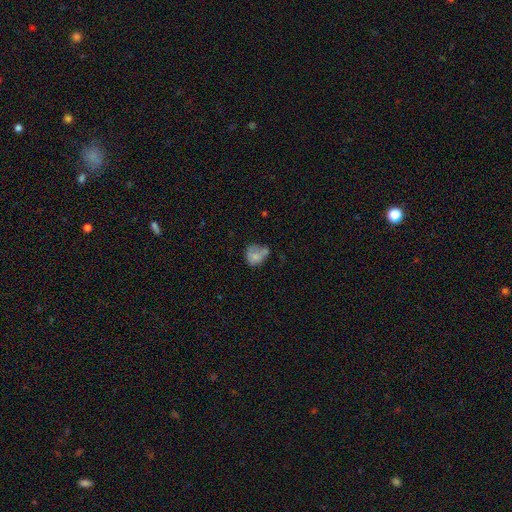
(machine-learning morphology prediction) smooth-or-featured: smooth: 67% | featured or disk: 22% | star or artifact: 11%
  how-rounded: round: 56% | in between: 43% | cigar-shaped: 1%
  merging: none: 33% | minor disturbance: 28% | major disturbance: 19% | merger: 19%